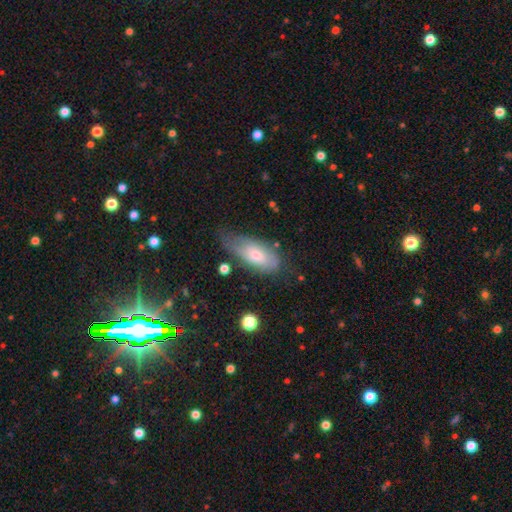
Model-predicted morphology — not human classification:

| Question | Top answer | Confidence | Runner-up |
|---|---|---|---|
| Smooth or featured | smooth | 54% | featured or disk (36%) |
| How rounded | in between | 81% | cigar-shaped (16%) |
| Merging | none | 50% | minor disturbance (36%) |